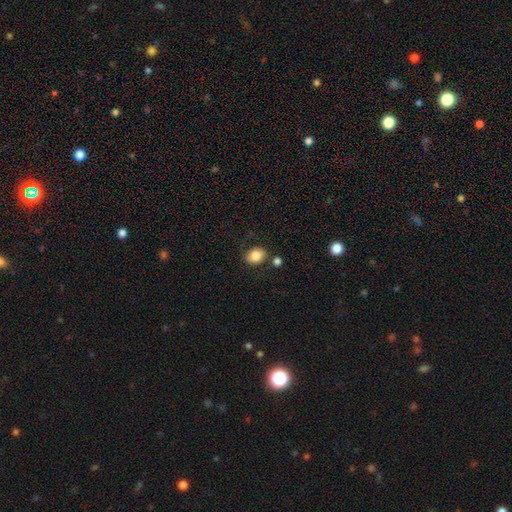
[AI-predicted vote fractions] The model was most divided on "how rounded": in between: 60%, round: 39%, cigar-shaped: 1%. More confident: smooth or featured — smooth (84%); merging — none (73%).